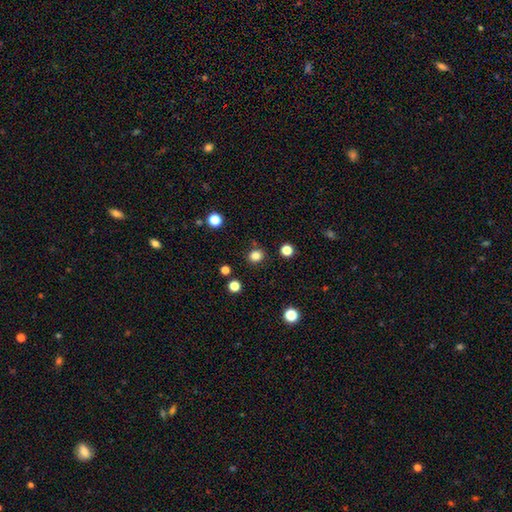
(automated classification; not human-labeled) smooth 83%, star or artifact 13%, featured or disk 4%. Down the decision tree: how rounded — round (80%); merging — none (87%).